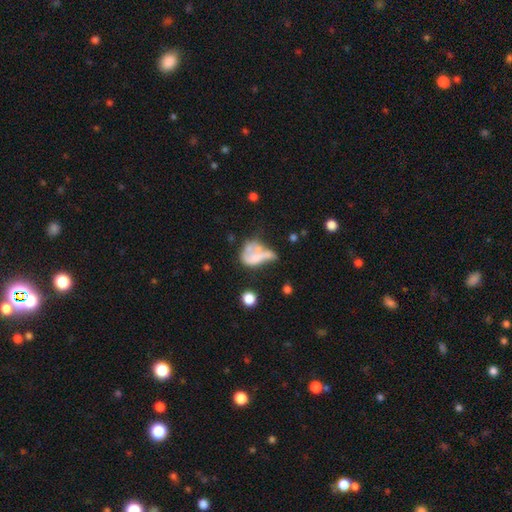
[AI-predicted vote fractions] A featured or disk galaxy (44%, tied with smooth). Merging: major disturbance (36%).